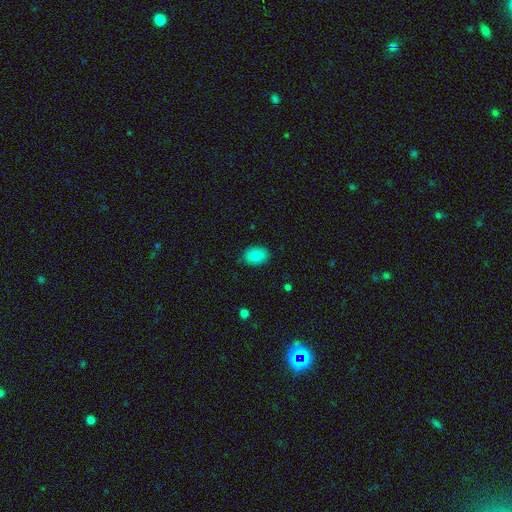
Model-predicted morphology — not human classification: The model was most divided on "how rounded": in between: 70%, round: 29%, cigar-shaped: 1%. More confident: merging — none (87%); smooth or featured — smooth (82%).